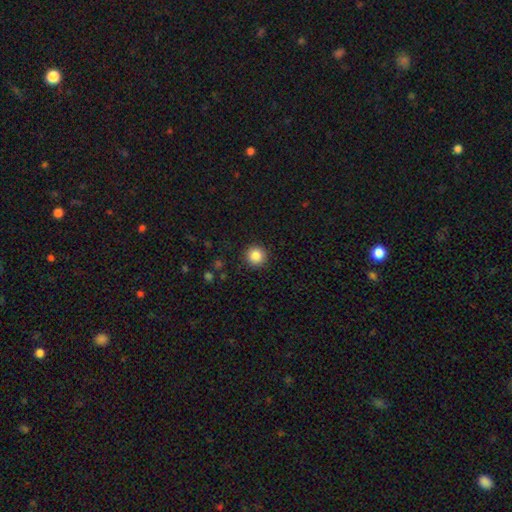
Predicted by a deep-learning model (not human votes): Smooth or featured? Predicted: smooth (p=0.86). How rounded? Predicted: round (p=0.95). Merging? Predicted: none (p=0.92).